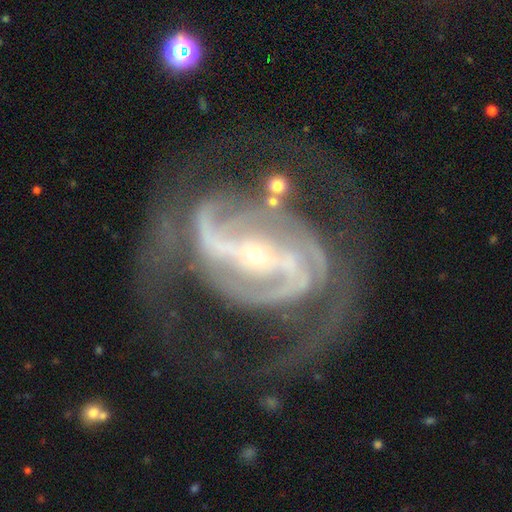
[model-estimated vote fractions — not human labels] Overall: featured or disk (91%). Edge-on disk: no (97%). Bar: strong (69%). Spiral arms: yes (96%). Spiral arm count: 2 (64%). Spiral winding: medium (51%; tight 31%). Bulge size: small (83%). Merging: none (53%; major disturbance 27%).